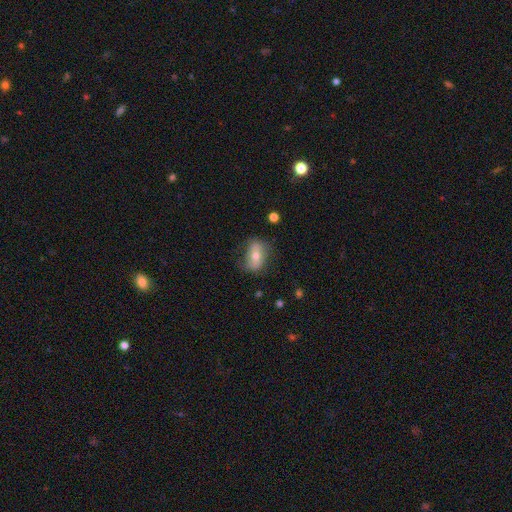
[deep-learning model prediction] A smooth galaxy with no disk features (57%) that is in between round and cigar-shaped (81%).

Vote fractions:
- Smooth or featured? smooth: 57% / featured or disk: 36% / star or artifact: 8%
- How rounded? in between: 81% / round: 16% / cigar-shaped: 4%
- Merging? none: 68% / minor disturbance: 22% / major disturbance: 8% / merger: 2%